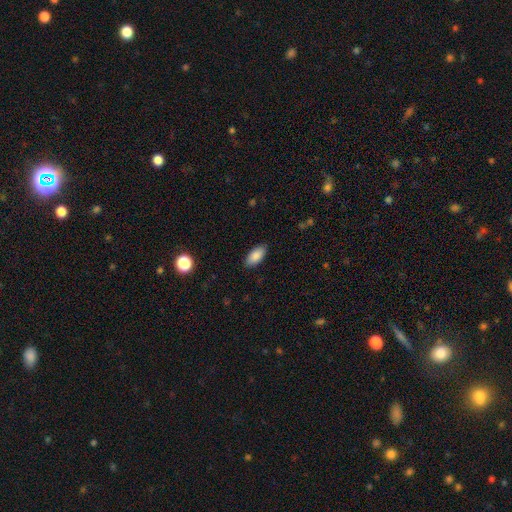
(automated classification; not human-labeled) This appears to be a smooth galaxy with no disk features (87%) that is in between round and cigar-shaped (91%). Merging: none (88%).